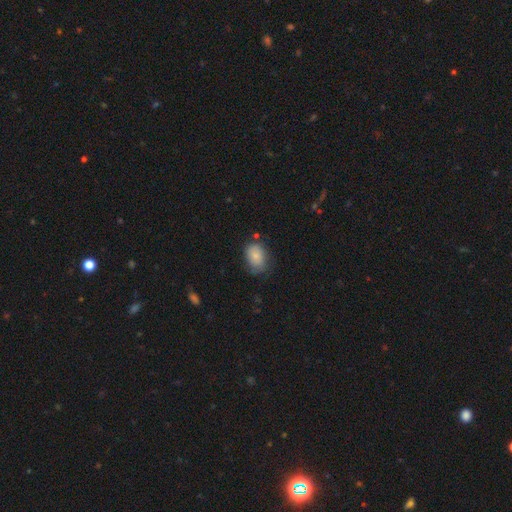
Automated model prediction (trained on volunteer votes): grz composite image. It shows a smooth galaxy with no disk features (82%) that is in between round and cigar-shaped (76%). Merging: none (64%).